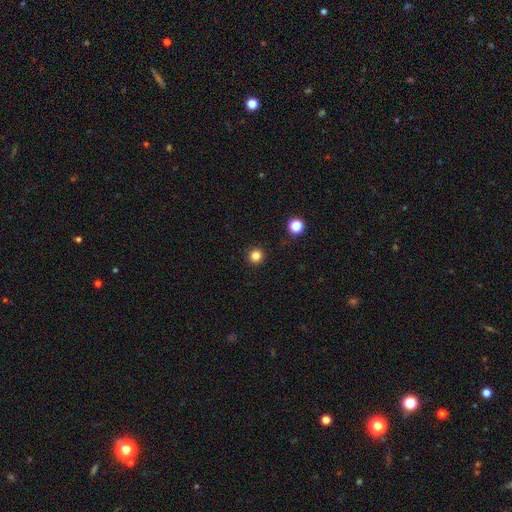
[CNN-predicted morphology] smooth 83%, star or artifact 13%, featured or disk 4%. Down the decision tree: how rounded — round (95%); merging — none (93%).